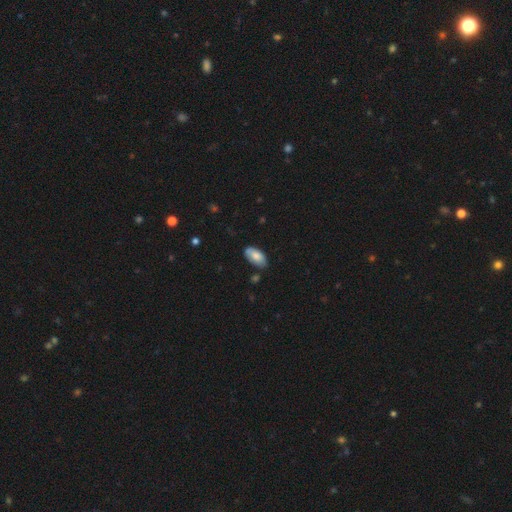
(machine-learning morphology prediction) Q: Smooth or featured?
A: smooth (79%); runner-up: featured or disk (15%)
Q: How rounded?
A: in between (94%); runner-up: cigar-shaped (3%)
Q: Merging?
A: none (75%); runner-up: minor disturbance (20%)